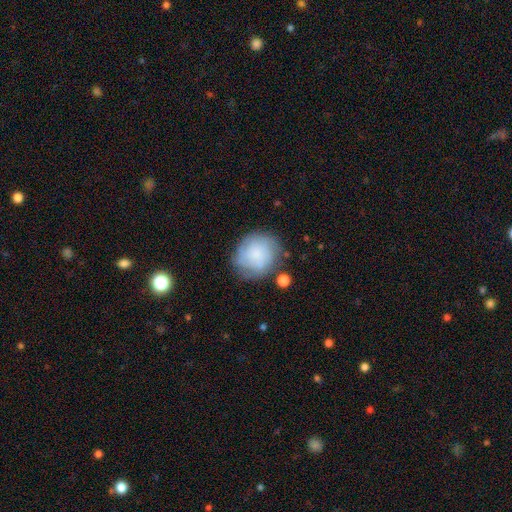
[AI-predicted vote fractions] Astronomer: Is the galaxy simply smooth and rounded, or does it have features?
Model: smooth — 61%.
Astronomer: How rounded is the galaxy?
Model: round — 78%.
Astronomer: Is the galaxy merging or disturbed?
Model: none — 66%.